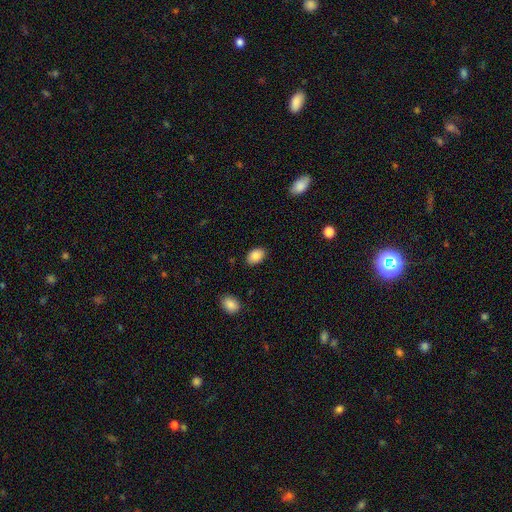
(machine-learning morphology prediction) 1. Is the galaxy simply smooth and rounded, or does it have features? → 87% smooth, 8% star or artifact, 5% featured or disk.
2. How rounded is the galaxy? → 84% in between, 15% round, 1% cigar-shaped.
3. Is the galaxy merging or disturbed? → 85% none, 11% minor disturbance, 3% major disturbance, 1% merger.